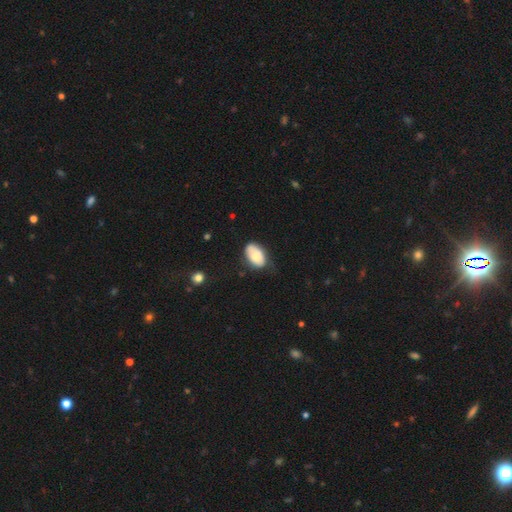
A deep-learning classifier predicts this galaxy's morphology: Smooth or featured? smooth (71%)
How rounded? in between (92%)
Merging? none (58%)